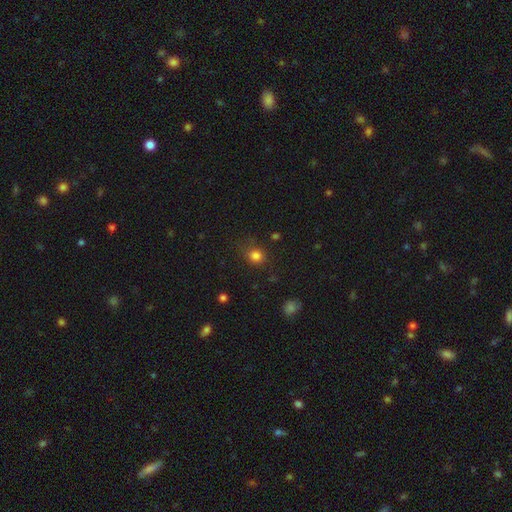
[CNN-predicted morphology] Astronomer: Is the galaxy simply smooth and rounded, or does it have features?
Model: smooth — 81%.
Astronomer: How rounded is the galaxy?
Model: round — 75%.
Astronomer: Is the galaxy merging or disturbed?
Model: none — 75%.